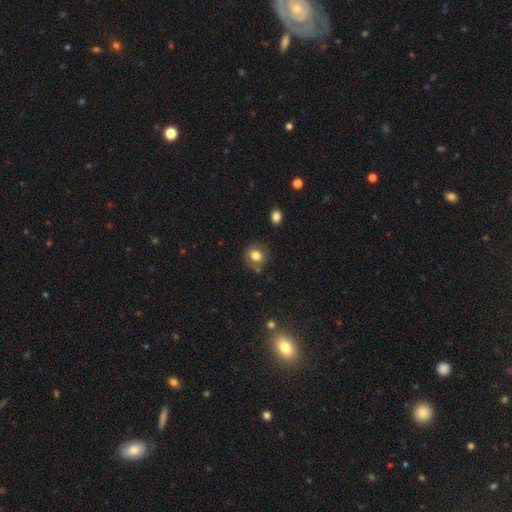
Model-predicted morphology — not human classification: A smooth galaxy with no disk features (78%) that is round (71%).

Vote fractions:
- Smooth or featured? smooth: 78% / featured or disk: 12% / star or artifact: 10%
- How rounded? round: 71% / in between: 28% / cigar-shaped: 1%
- Merging? none: 73% / minor disturbance: 17% / major disturbance: 5% / merger: 5%